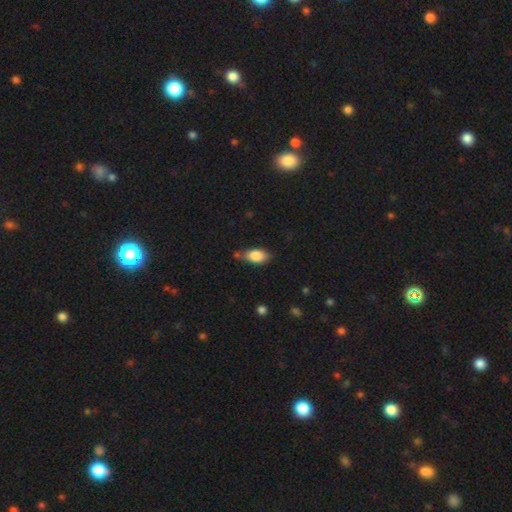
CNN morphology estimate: A smooth galaxy with no disk features (84%) that is in between round and cigar-shaped (90%).

Vote fractions:
- Smooth or featured? smooth: 84% / featured or disk: 9% / star or artifact: 7%
- How rounded? in between: 90% / round: 5% / cigar-shaped: 5%
- Merging? none: 63% / minor disturbance: 25% / merger: 7% / major disturbance: 5%